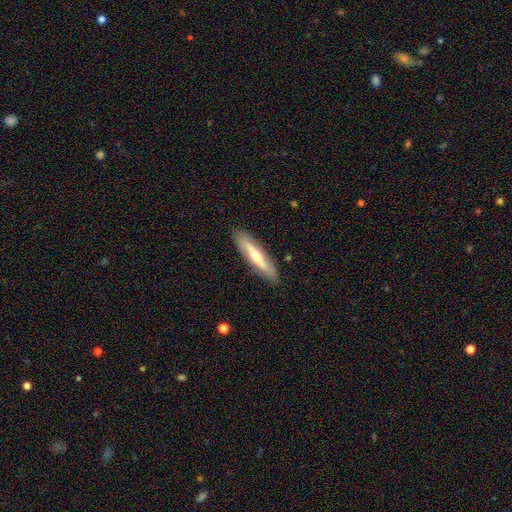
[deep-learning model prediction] A featured or disk galaxy (50%).

Vote fractions:
- Smooth or featured? featured or disk: 50% / smooth: 45% / star or artifact: 6%
- Merging? none: 87% / minor disturbance: 9% / major disturbance: 2% / merger: 1%